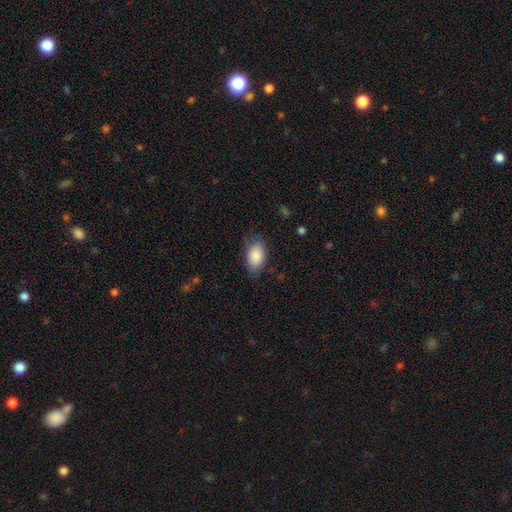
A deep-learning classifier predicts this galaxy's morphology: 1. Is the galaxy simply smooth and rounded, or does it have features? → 87% smooth, 7% featured or disk, 6% star or artifact.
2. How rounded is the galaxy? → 93% in between, 5% round, 2% cigar-shaped.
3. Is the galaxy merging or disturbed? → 75% none, 19% minor disturbance, 5% major disturbance, 1% merger.